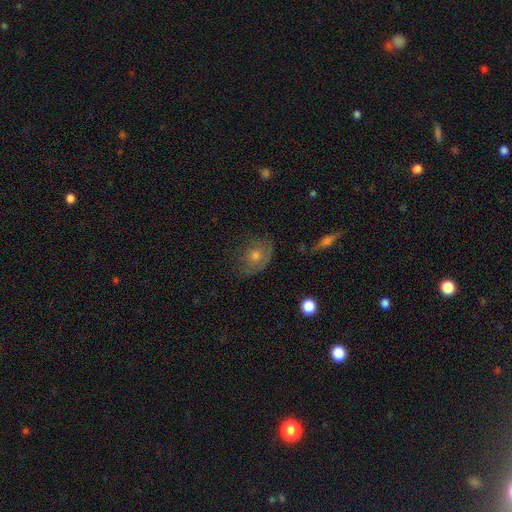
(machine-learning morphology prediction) Smooth or featured?
  - smooth: 45% *
  - featured or disk: 40%
  - star or artifact: 15%
Merging?
  - none: 64% *
  - minor disturbance: 23%
  - major disturbance: 11%
  - merger: 2%